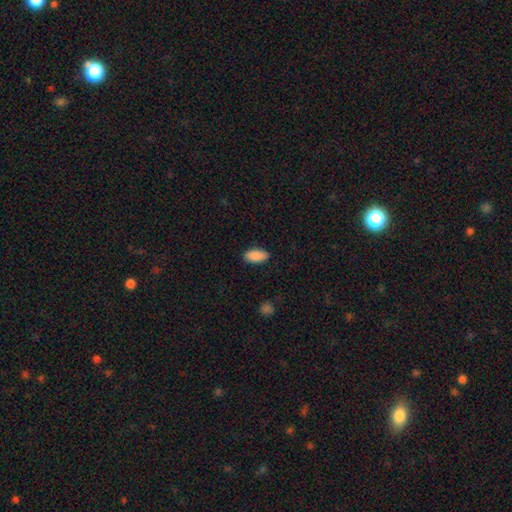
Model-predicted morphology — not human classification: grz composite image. It shows a smooth galaxy with no disk features (90%) that is in between round and cigar-shaped (90%). Merging: none (88%).